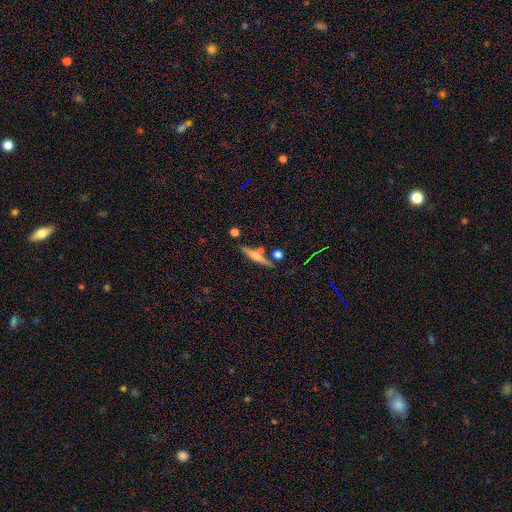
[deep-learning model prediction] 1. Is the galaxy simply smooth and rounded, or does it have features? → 57% featured or disk, 35% smooth, 9% star or artifact.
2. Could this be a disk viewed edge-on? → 96% yes, 4% no.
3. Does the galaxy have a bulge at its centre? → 69% rounded, 18% none, 12% boxy.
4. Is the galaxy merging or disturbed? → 78% none, 10% minor disturbance, 9% merger, 3% major disturbance.